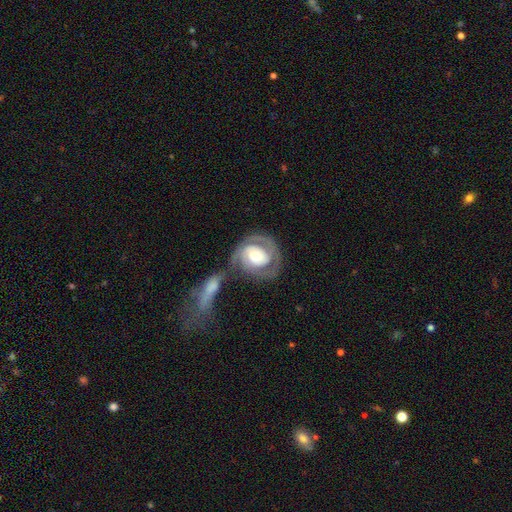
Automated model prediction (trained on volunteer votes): Q: Smooth or featured?
A: featured or disk (78%); runner-up: smooth (17%)
Q: Edge-on disk?
A: no (97%); runner-up: yes (3%)
Q: Bar?
A: no (60%); runner-up: weak (27%)
Q: Spiral arms?
A: yes (88%); runner-up: no (12%)
Q: Spiral winding?
A: tight (64%); runner-up: medium (28%)
Q: Spiral arm count?
A: 2 (61%); runner-up: 1 (16%)
Q: Bulge size?
A: moderate (65%); runner-up: small (19%)
Q: Merging?
A: none (39%); runner-up: merger (32%)